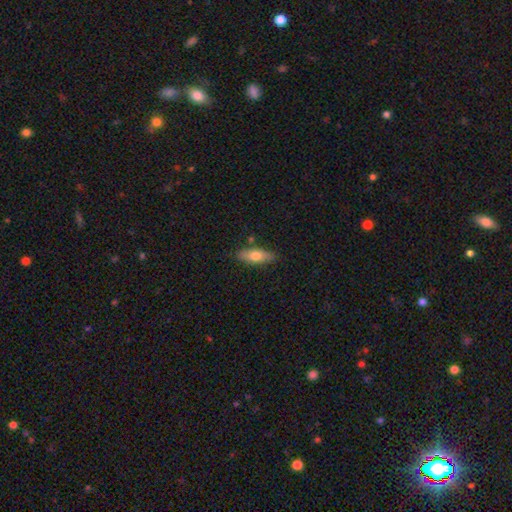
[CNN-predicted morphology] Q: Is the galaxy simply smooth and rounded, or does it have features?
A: smooth — 70%.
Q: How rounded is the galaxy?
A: in between — 68%.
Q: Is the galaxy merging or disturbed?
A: none — 82%.